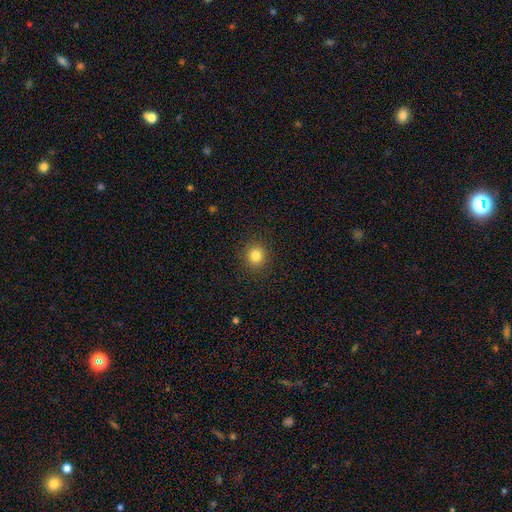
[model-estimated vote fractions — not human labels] Overall: smooth (83%). How rounded: round (91%). Merging: none (91%).